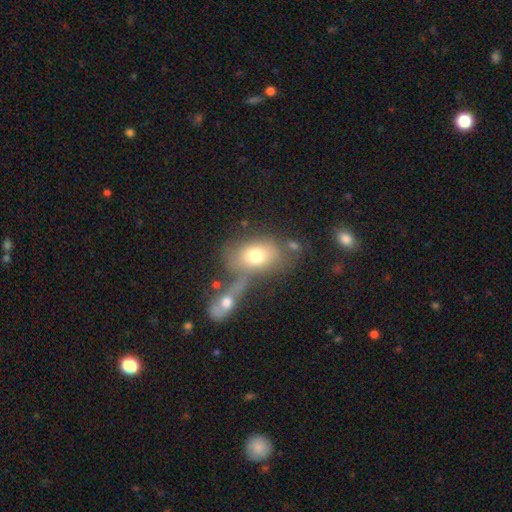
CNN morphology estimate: Smooth or featured: smooth — 70% (featured or disk — 21%)
How rounded: in between — 73% (round — 25%)
Merging: merger — 43% (none — 33%)